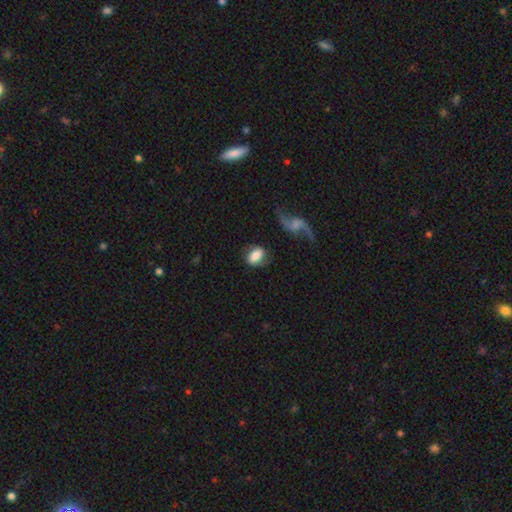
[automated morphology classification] Smooth or featured?
  - smooth: 72% *
  - featured or disk: 21%
  - star or artifact: 8%
How rounded?
  - in between: 77% *
  - round: 21%
  - cigar-shaped: 2%
Merging?
  - none: 67% *
  - minor disturbance: 19%
  - major disturbance: 9%
  - merger: 5%